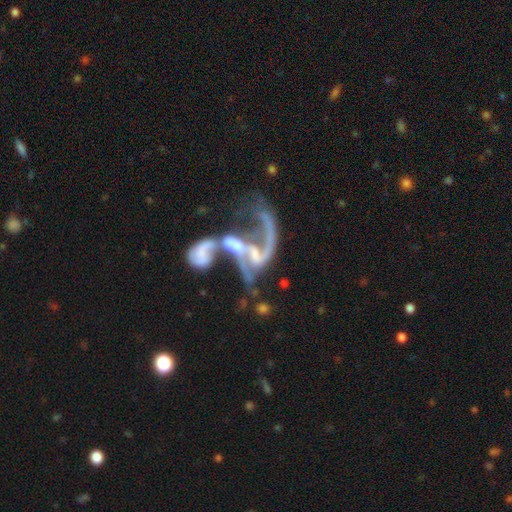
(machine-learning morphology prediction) Smooth or featured? Predicted: featured or disk (p=0.85). Edge-on disk? Predicted: no (p=0.97). Bar? Predicted: no (p=0.44). Spiral arms? Predicted: yes (p=0.85). Spiral winding? Predicted: loose (p=0.75). Spiral arm count? Predicted: 2 (p=0.63). Bulge size? Predicted: small (p=0.32). Merging? Predicted: merger (p=0.65).